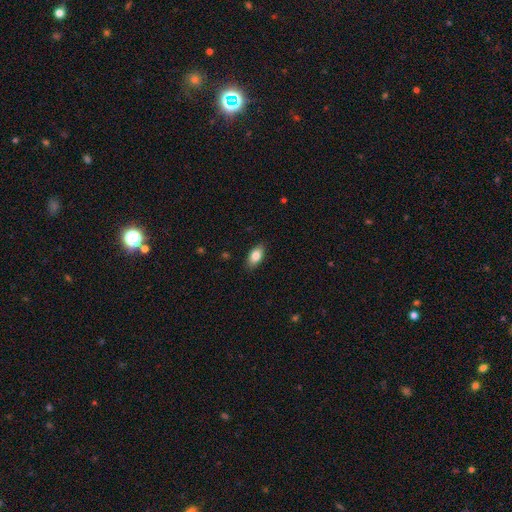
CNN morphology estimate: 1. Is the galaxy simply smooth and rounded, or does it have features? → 83% smooth, 10% featured or disk, 7% star or artifact.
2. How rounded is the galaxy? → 90% in between, 5% cigar-shaped, 4% round.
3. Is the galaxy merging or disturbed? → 87% none, 10% minor disturbance, 2% major disturbance, 1% merger.